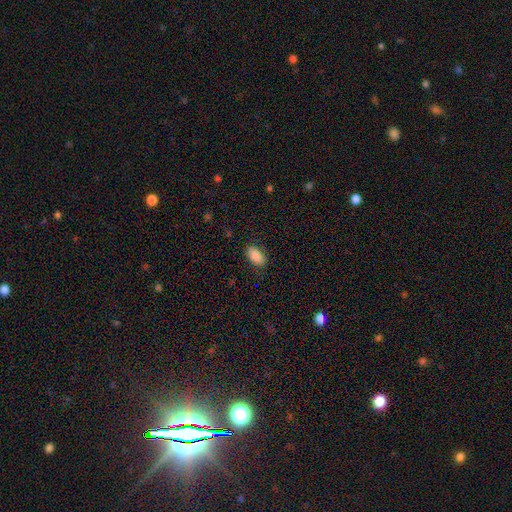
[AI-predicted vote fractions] smooth_or_featured: smooth (p=0.89) [alt: star or artifact p=0.07]
how_rounded: in between (p=0.94) [alt: round p=0.04]
merging: none (p=0.85) [alt: minor disturbance p=0.11]